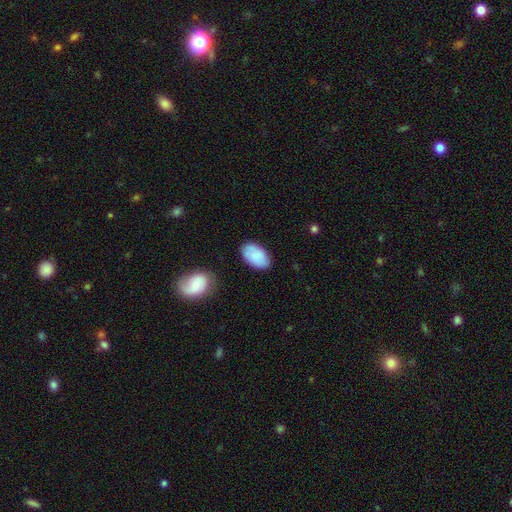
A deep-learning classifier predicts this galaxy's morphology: This appears to be a smooth galaxy with no disk features (82%) that is in between round and cigar-shaped (94%). Merging: none (79%).